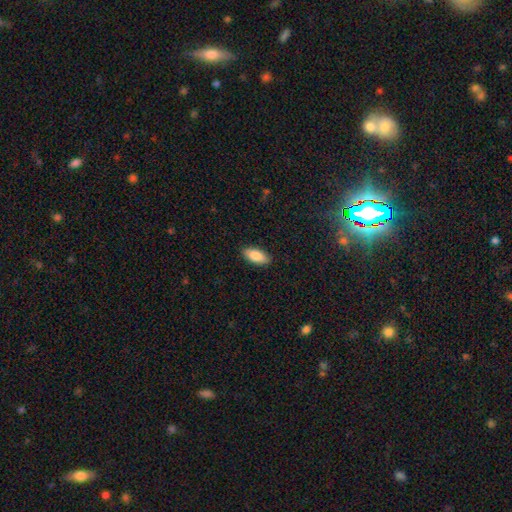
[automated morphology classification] Overall: smooth (86%). How rounded: in between (89%). Merging: none (89%).